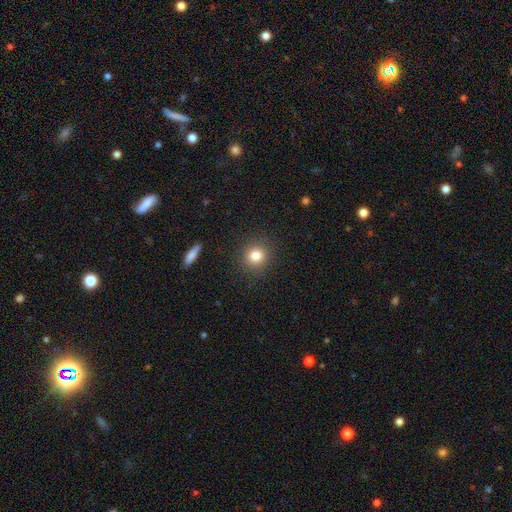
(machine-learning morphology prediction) Smooth or featured? smooth (82%)
How rounded? round (88%)
Merging? none (90%)